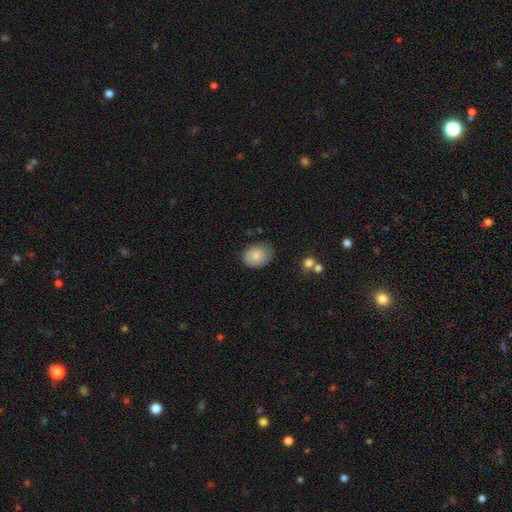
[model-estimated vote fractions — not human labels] Smooth or featured?
  - smooth: 84% *
  - featured or disk: 8%
  - star or artifact: 8%
How rounded?
  - in between: 61% *
  - round: 39%
  - cigar-shaped: 1%
Merging?
  - none: 77% *
  - minor disturbance: 17%
  - major disturbance: 4%
  - merger: 2%